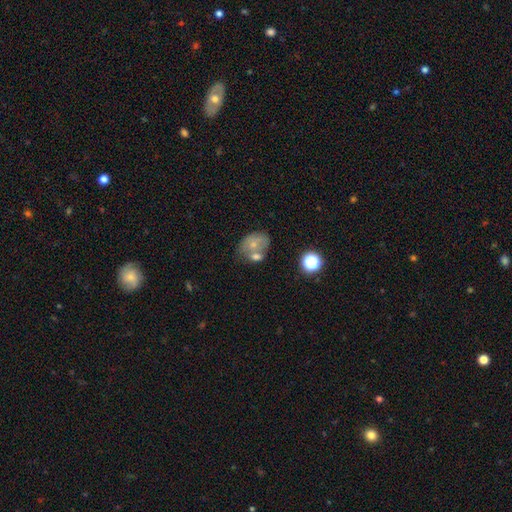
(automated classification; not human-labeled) smooth_or_featured: smooth (p=0.58) [alt: featured or disk p=0.30]
how_rounded: in between (p=0.54) [alt: round p=0.44]
merging: merger (p=0.42) [alt: none p=0.35]